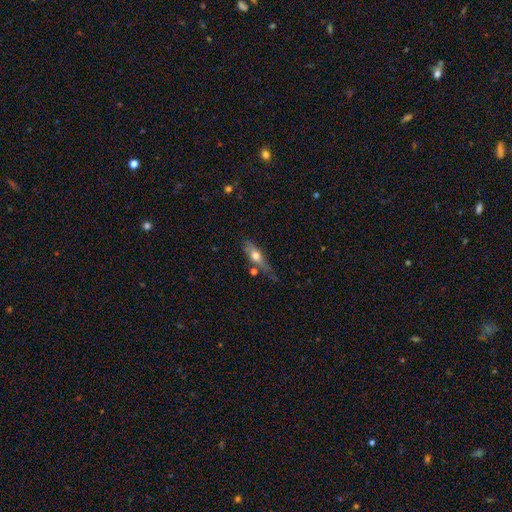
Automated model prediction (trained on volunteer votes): Smooth or featured? smooth (52%)
How rounded? cigar-shaped (56%)
Merging? none (53%)